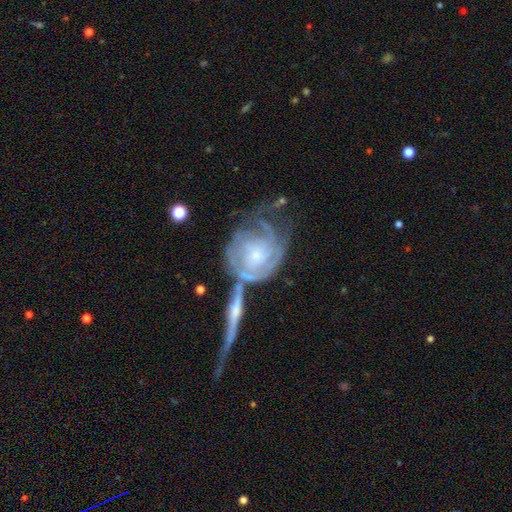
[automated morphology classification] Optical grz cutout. It shows a featured or disk galaxy (84%) with no bar (77%), tight (71%) spiral arms (93%) and a small central bulge (65%). Merging: none (34%).